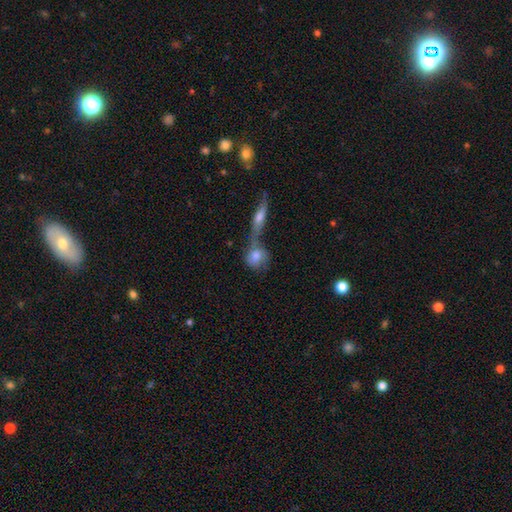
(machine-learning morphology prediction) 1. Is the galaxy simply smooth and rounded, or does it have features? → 70% smooth, 21% featured or disk, 9% star or artifact.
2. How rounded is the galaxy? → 60% round, 32% in between, 8% cigar-shaped.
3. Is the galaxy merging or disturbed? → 60% merger, 27% none, 8% minor disturbance, 6% major disturbance.